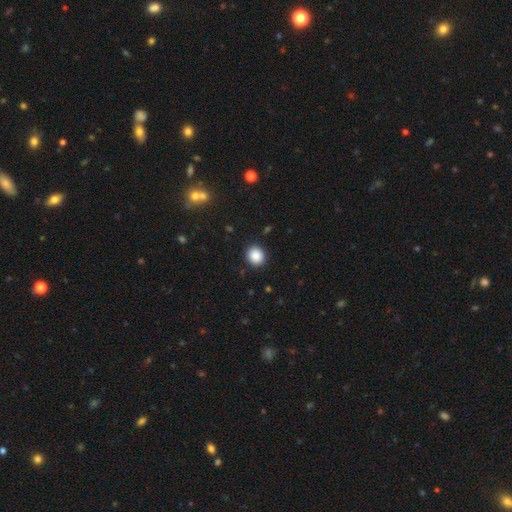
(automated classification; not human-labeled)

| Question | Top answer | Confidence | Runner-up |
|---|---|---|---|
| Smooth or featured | smooth | 88% | star or artifact (9%) |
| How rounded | round | 81% | in between (18%) |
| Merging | none | 90% | minor disturbance (7%) |